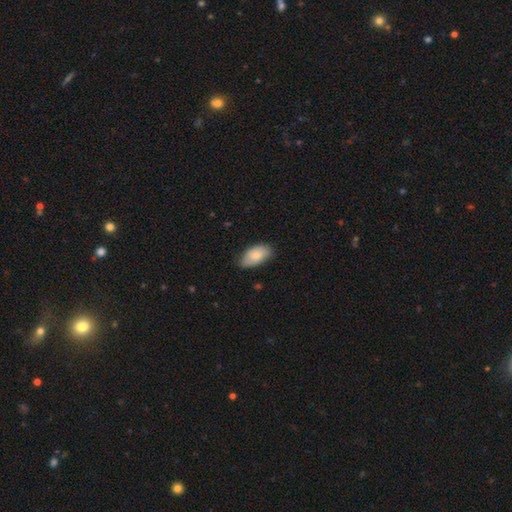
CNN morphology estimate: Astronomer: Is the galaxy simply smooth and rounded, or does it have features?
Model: smooth — 80%.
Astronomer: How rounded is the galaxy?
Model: in between — 94%.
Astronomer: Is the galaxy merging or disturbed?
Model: none — 73%.